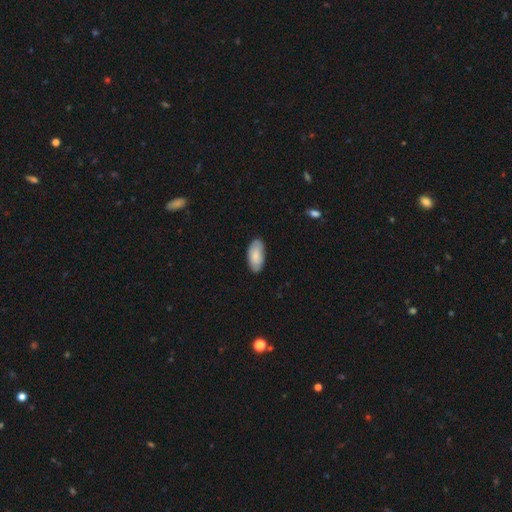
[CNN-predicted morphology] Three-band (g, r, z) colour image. It shows a smooth galaxy with no disk features (76%) that is in between round and cigar-shaped (94%). Merging: none (82%).